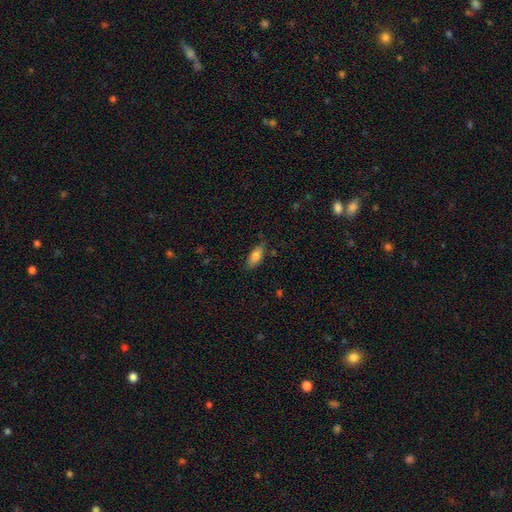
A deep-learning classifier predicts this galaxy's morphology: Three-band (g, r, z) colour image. It shows a smooth galaxy with no disk features (79%) that is in between round and cigar-shaped (80%). Merging: none (76%).